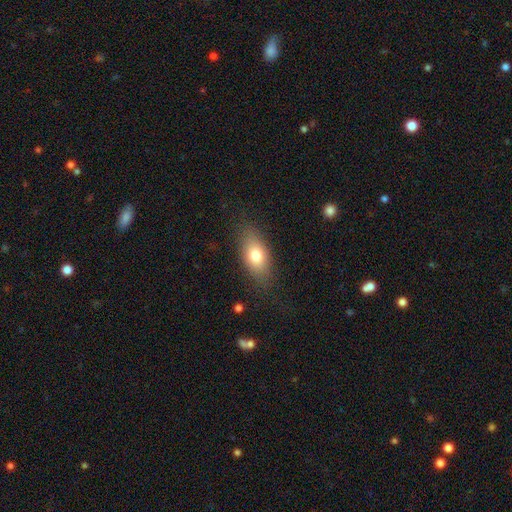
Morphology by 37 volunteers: Smooth or featured? smooth (84%)
How rounded? in between (90%)
Merging? none (80%)